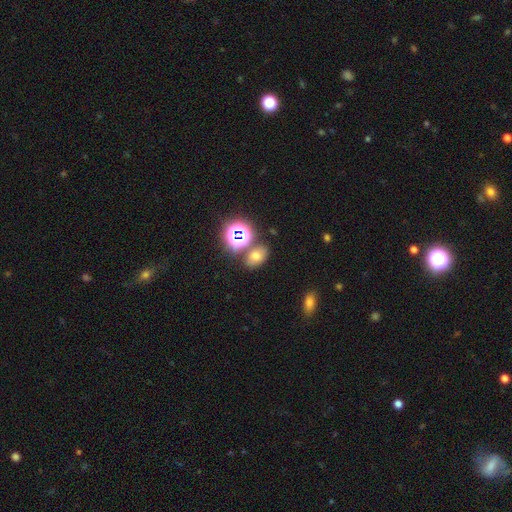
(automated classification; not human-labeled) Smooth or featured: smooth — 61% (star or artifact — 27%)
How rounded: in between — 74% (round — 24%)
Merging: none — 73% (merger — 12%)